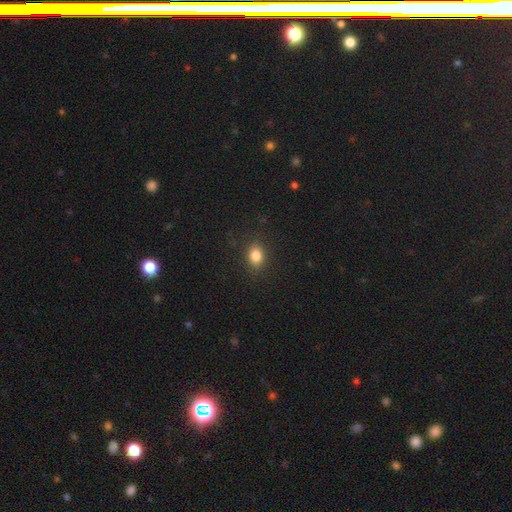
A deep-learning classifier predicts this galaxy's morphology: Smooth or featured?
  - smooth: 84% *
  - star or artifact: 11%
  - featured or disk: 5%
How rounded?
  - in between: 64% *
  - round: 35%
  - cigar-shaped: 1%
Merging?
  - none: 87% *
  - minor disturbance: 9%
  - major disturbance: 3%
  - merger: 1%